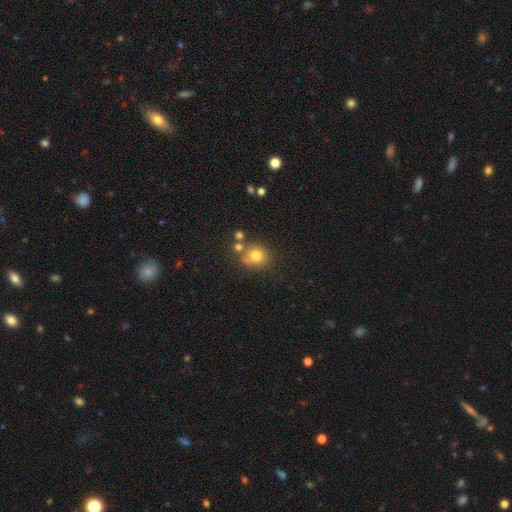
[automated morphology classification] Overall: smooth (76%). How rounded: round (84%). Merging: none (67%).